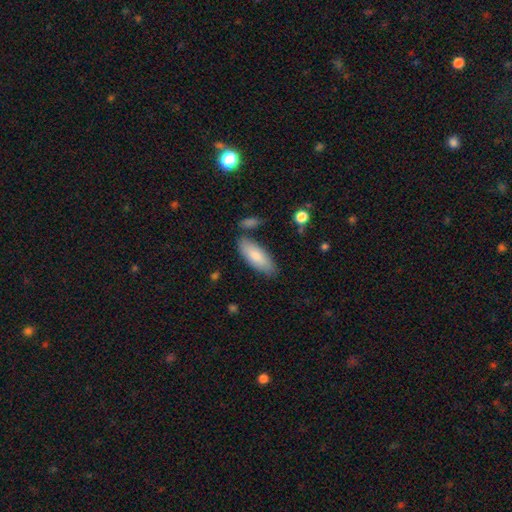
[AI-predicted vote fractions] Q: Smooth or featured?
A: smooth (83%); runner-up: featured or disk (12%)
Q: How rounded?
A: in between (74%); runner-up: cigar-shaped (24%)
Q: Merging?
A: none (77%); runner-up: minor disturbance (14%)